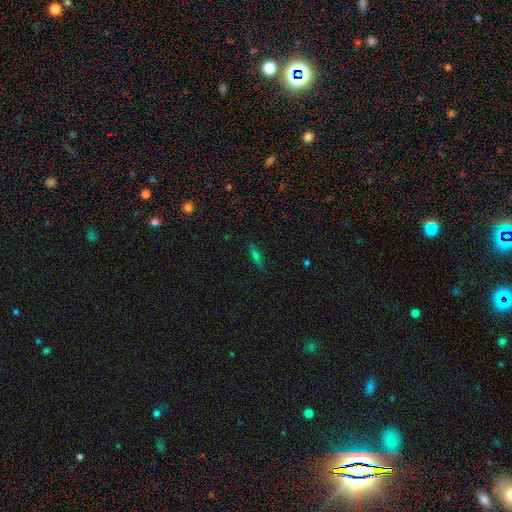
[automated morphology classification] This is possibly a smooth galaxy (57%). How rounded: likely cigar-shaped (71%). Merging: clearly none (86%).